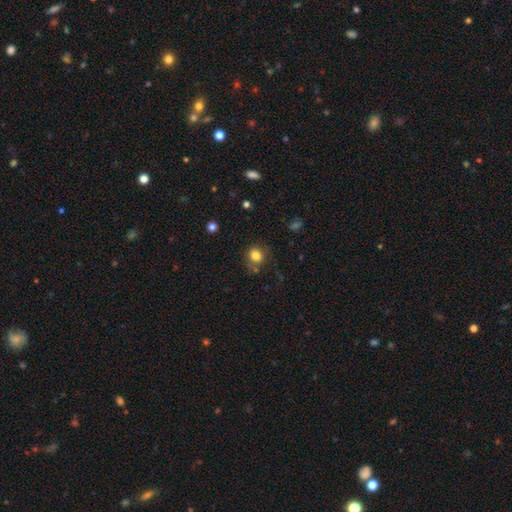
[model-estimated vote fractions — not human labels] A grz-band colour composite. It shows a smooth galaxy with no disk features (81%) that is round (79%). Merging: none (72%).